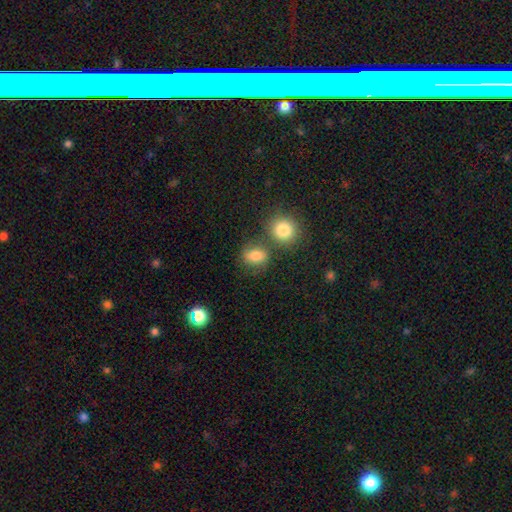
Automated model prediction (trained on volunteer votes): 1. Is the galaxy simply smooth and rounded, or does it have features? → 80% smooth, 12% star or artifact, 8% featured or disk.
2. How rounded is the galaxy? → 53% in between, 45% round, 2% cigar-shaped.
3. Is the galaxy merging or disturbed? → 60% none, 20% merger, 14% minor disturbance, 5% major disturbance.